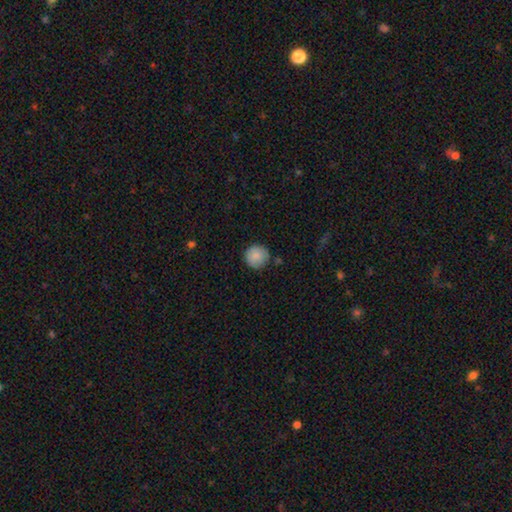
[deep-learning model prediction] smooth-or-featured: smooth: 88% | star or artifact: 7% | featured or disk: 5%
  how-rounded: round: 95% | in between: 4% | cigar-shaped: 1%
  merging: none: 84% | minor disturbance: 11% | major disturbance: 2% | merger: 2%